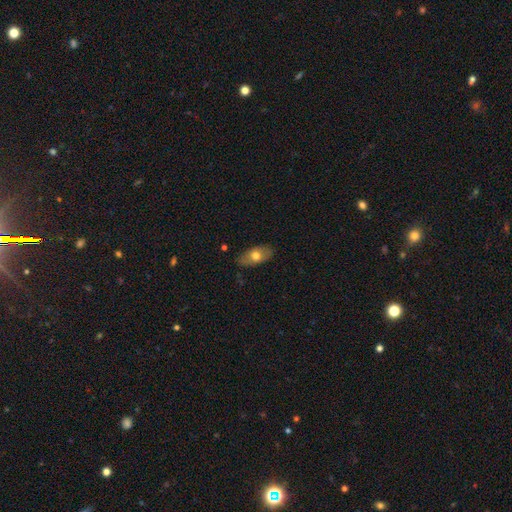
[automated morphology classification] Smooth or featured?
  - smooth: 66% *
  - featured or disk: 27%
  - star or artifact: 7%
How rounded?
  - in between: 88% *
  - round: 6%
  - cigar-shaped: 6%
Merging?
  - none: 81% *
  - minor disturbance: 15%
  - major disturbance: 3%
  - merger: 1%